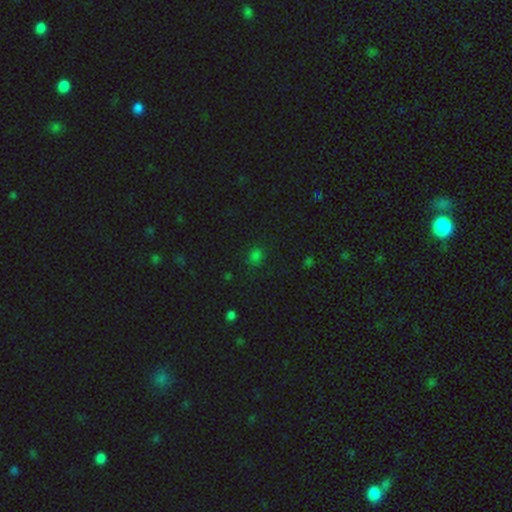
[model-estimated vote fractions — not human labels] The model was most divided on "how rounded": round: 69%, in between: 30%, cigar-shaped: 1%. More confident: merging — none (80%); smooth or featured — smooth (69%).